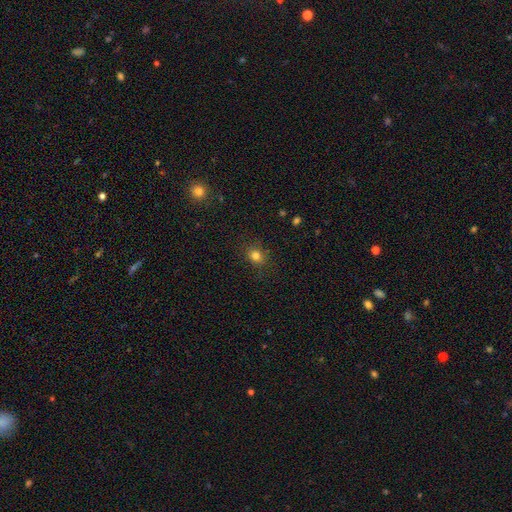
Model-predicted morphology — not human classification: A smooth galaxy with no disk features (80%) that is round (65%).

Vote fractions:
- Smooth or featured? smooth: 80% / star or artifact: 14% / featured or disk: 6%
- How rounded? round: 65% / in between: 34% / cigar-shaped: 1%
- Merging? none: 85% / minor disturbance: 11% / major disturbance: 3% / merger: 1%